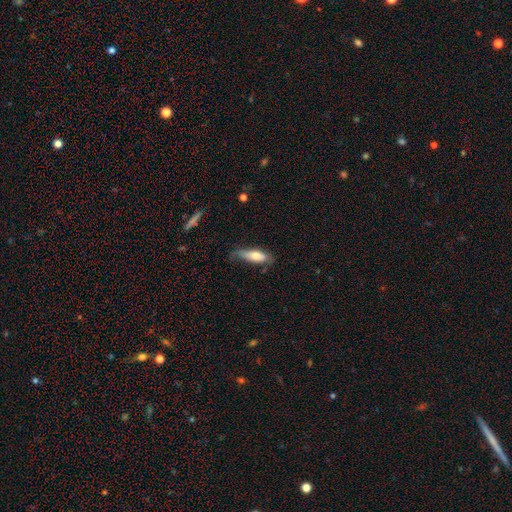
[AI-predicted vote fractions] smooth_or_featured: smooth (p=0.70) [alt: featured or disk p=0.24]
how_rounded: in between (p=0.59) [alt: cigar-shaped p=0.39]
merging: none (p=0.47) [alt: minor disturbance p=0.36]